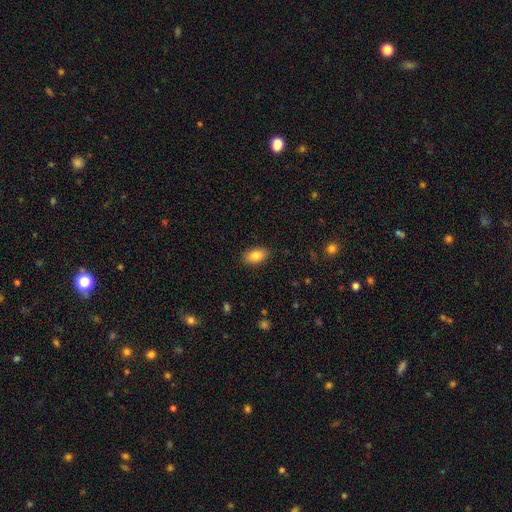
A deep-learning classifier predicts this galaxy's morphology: Q: Smooth or featured?
A: smooth (85%); runner-up: featured or disk (8%)
Q: How rounded?
A: in between (92%); runner-up: round (6%)
Q: Merging?
A: none (88%); runner-up: minor disturbance (8%)